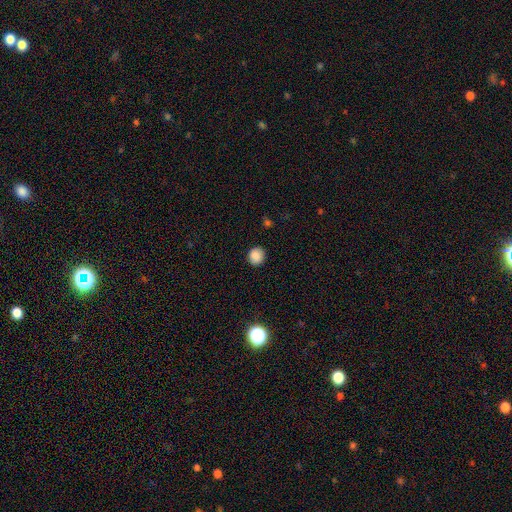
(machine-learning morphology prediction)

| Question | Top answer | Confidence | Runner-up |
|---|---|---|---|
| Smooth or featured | smooth | 86% | star or artifact (10%) |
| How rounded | round | 84% | in between (15%) |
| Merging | none | 88% | minor disturbance (8%) |